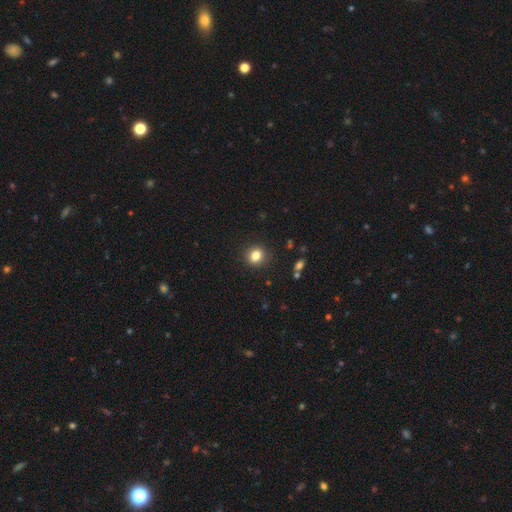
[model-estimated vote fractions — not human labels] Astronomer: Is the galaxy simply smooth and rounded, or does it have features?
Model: smooth — 82%.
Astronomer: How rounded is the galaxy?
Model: round — 80%.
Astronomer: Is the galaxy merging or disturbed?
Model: none — 90%.